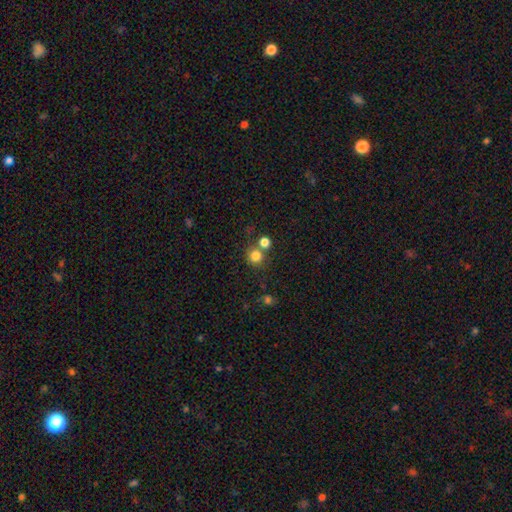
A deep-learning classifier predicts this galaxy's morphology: This is clearly a smooth galaxy (81%). How rounded: clearly round (92%). Merging: likely none (67%).